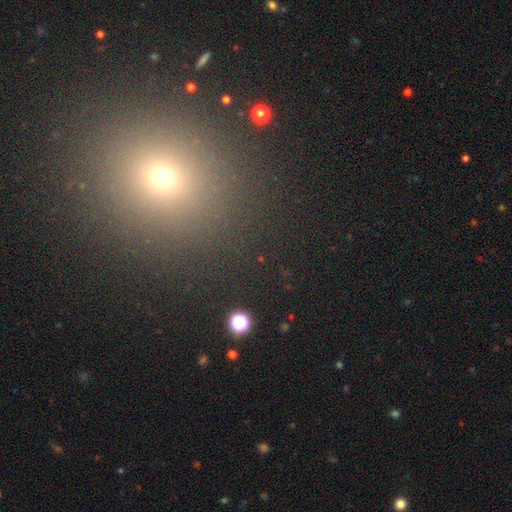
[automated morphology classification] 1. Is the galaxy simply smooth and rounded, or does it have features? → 51% smooth, 41% star or artifact, 8% featured or disk.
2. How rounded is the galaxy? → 79% round, 20% in between, 2% cigar-shaped.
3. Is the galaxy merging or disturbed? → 90% none, 5% minor disturbance, 3% major disturbance, 2% merger.